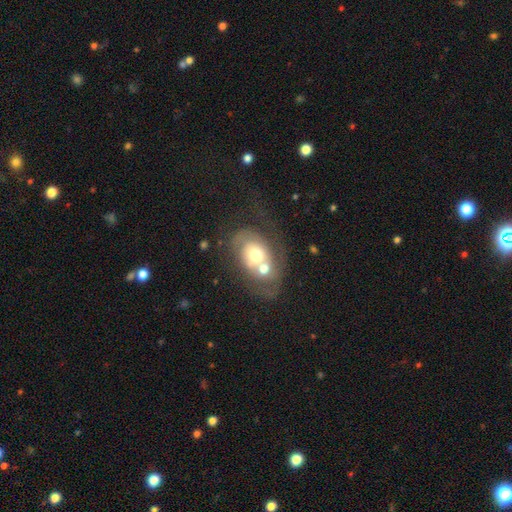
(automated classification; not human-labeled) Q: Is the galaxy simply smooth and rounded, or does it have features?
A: featured or disk — 55%.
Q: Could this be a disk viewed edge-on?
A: no — 96%.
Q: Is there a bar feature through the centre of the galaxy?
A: no — 84%.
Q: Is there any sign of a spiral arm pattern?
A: yes — 53%.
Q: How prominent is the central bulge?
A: moderate — 63%.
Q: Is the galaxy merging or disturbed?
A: merger — 53%.